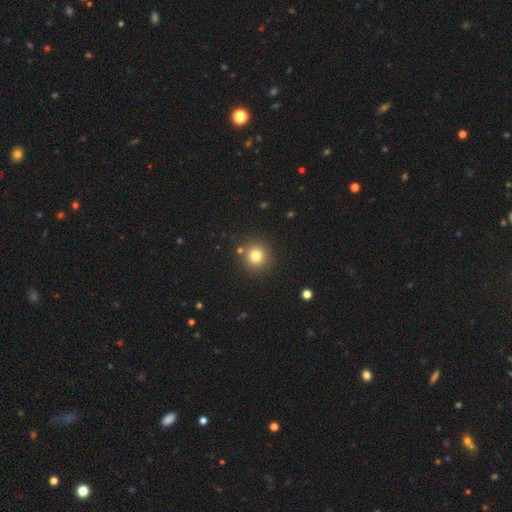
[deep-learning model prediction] smooth-or-featured: smooth: 79% | star or artifact: 13% | featured or disk: 8%
  how-rounded: round: 93% | in between: 6% | cigar-shaped: 1%
  merging: none: 86% | minor disturbance: 7% | merger: 5% | major disturbance: 3%